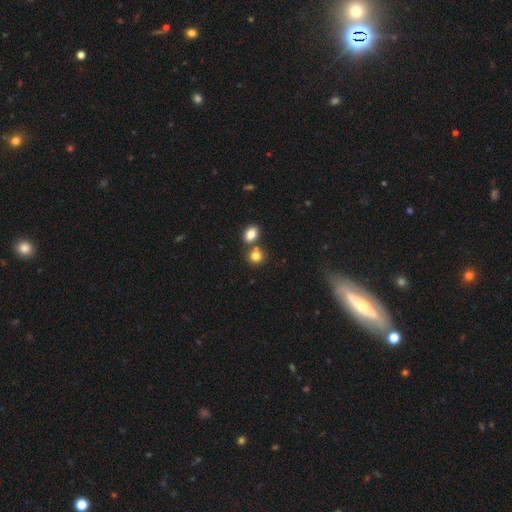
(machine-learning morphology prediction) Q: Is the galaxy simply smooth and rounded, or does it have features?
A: smooth — 82%.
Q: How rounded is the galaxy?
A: round — 70%.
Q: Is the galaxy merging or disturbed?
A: none — 55%.